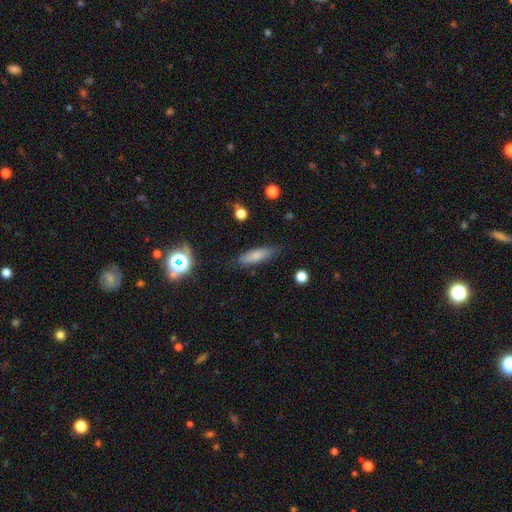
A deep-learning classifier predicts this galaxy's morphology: type=smooth (76%); roundness=cigar-shaped (55%); merging=none (82%).